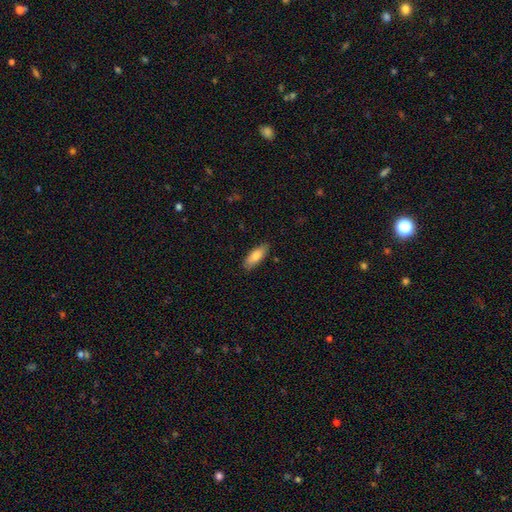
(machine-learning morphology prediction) A smooth galaxy with no disk features (79%) that is in between round and cigar-shaped (73%).

Vote fractions:
- Smooth or featured? smooth: 79% / featured or disk: 15% / star or artifact: 6%
- How rounded? in between: 73% / cigar-shaped: 25% / round: 2%
- Merging? none: 87% / minor disturbance: 10% / major disturbance: 2% / merger: 1%